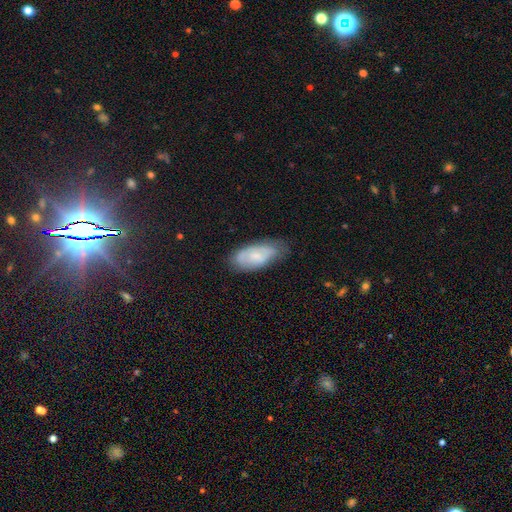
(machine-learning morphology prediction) Smooth or featured: smooth — 57% (featured or disk — 36%)
How rounded: in between — 87% (cigar-shaped — 10%)
Merging: none — 63% (minor disturbance — 29%)